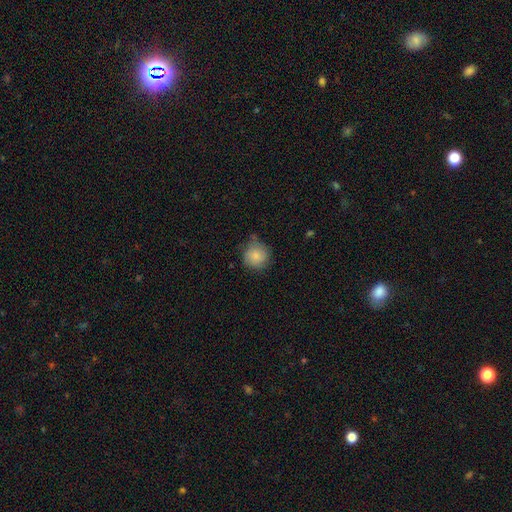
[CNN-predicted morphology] A smooth galaxy with no disk features (84%) that is round (91%).

Vote fractions:
- Smooth or featured? smooth: 84% / featured or disk: 8% / star or artifact: 8%
- How rounded? round: 91% / in between: 8% / cigar-shaped: 1%
- Merging? none: 67% / minor disturbance: 25% / major disturbance: 5% / merger: 3%